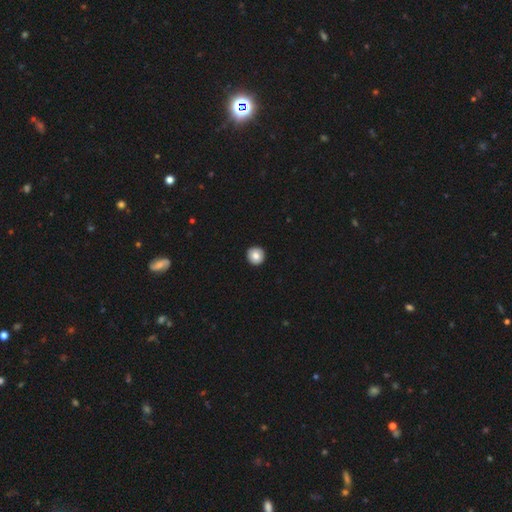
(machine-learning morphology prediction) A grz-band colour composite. It shows a smooth galaxy with no disk features (82%) that is round (96%). Merging: none (93%).